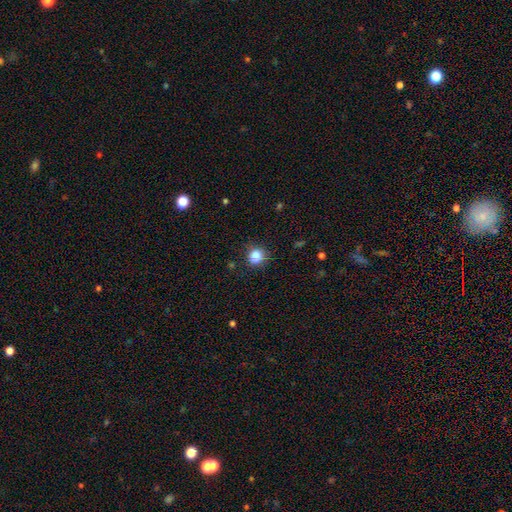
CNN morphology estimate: type=smooth (86%); roundness=round (87%); merging=none (84%).